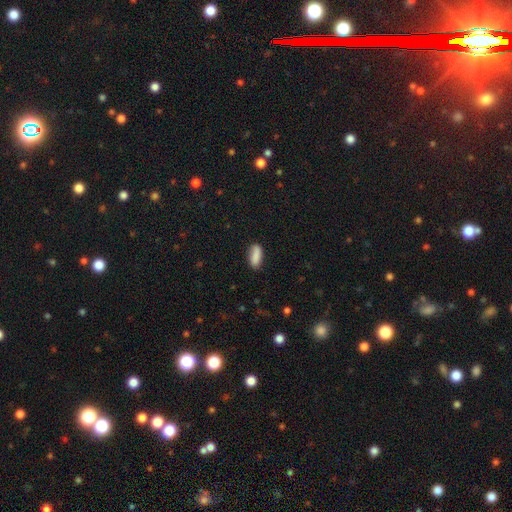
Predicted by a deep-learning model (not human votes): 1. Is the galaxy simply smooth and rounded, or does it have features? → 87% smooth, 7% star or artifact, 6% featured or disk.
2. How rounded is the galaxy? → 75% in between, 23% cigar-shaped, 2% round.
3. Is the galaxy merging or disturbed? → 81% none, 14% minor disturbance, 3% major disturbance, 2% merger.